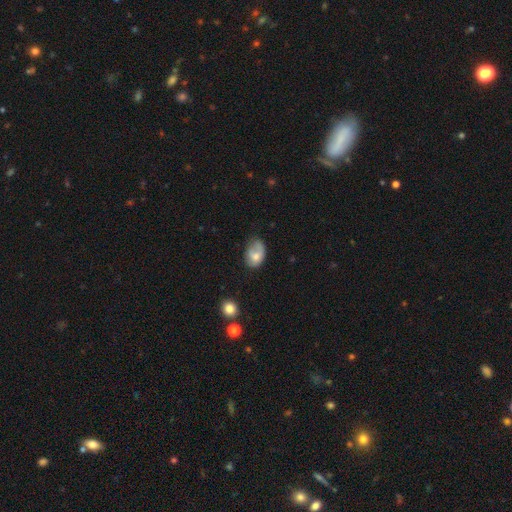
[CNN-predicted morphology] Smooth or featured: smooth — 68% (featured or disk — 23%)
How rounded: in between — 80% (round — 19%)
Merging: none — 40% (minor disturbance — 39%)